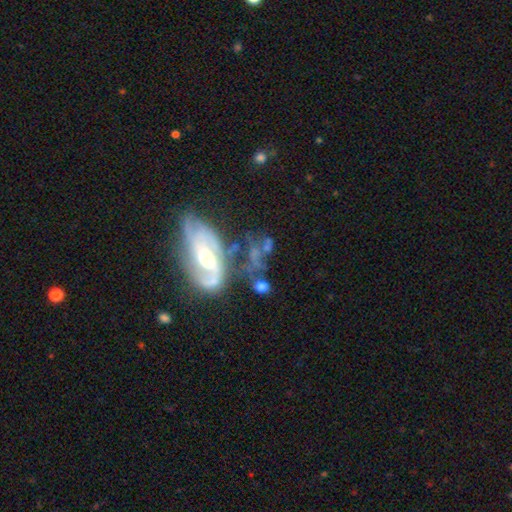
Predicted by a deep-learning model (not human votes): This appears to be a featured or disk galaxy (62%) with no bar (51%), spiral arms (72%) and a moderate central bulge (48%). Merging: none (34%).